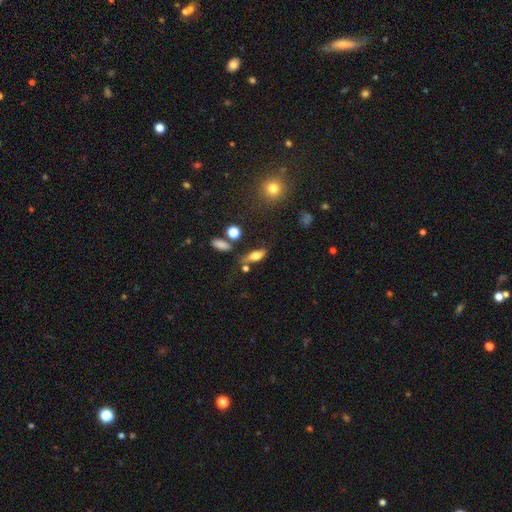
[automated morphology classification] smooth_or_featured: smooth (p=0.63) [alt: featured or disk p=0.26]
how_rounded: in between (p=0.70) [alt: cigar-shaped p=0.23]
merging: none (p=0.64) [alt: minor disturbance p=0.19]